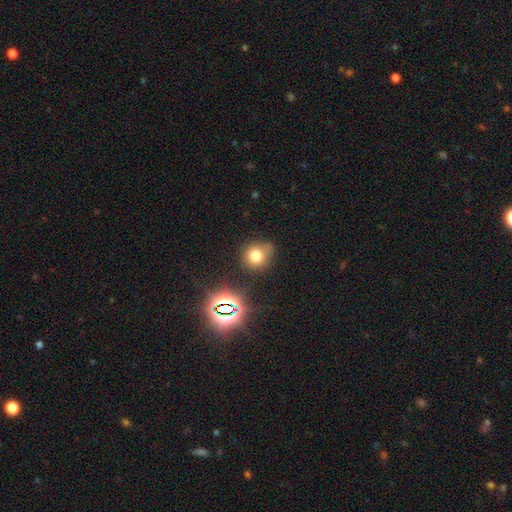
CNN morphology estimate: This appears to be a smooth galaxy with no disk features (73%) that is round (81%). Merging: none (64%).